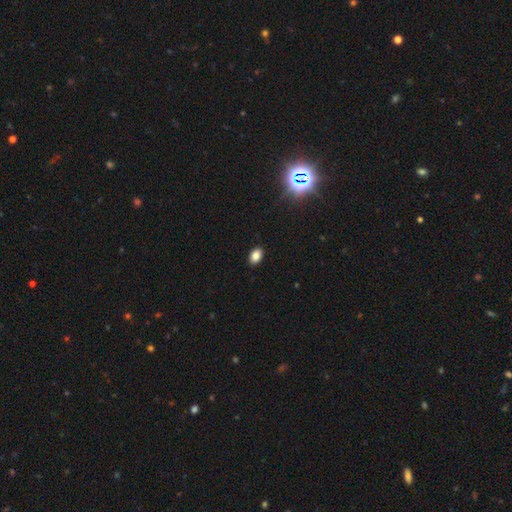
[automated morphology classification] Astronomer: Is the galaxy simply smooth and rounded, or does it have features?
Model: smooth — 84%.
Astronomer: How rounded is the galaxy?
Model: in between — 85%.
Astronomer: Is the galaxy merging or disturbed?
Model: none — 89%.